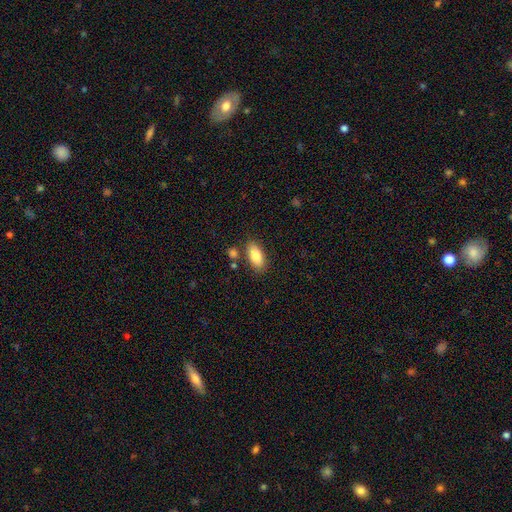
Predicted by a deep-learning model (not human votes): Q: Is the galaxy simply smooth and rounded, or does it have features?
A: smooth — 85%.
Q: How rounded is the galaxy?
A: in between — 88%.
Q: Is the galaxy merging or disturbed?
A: none — 78%.